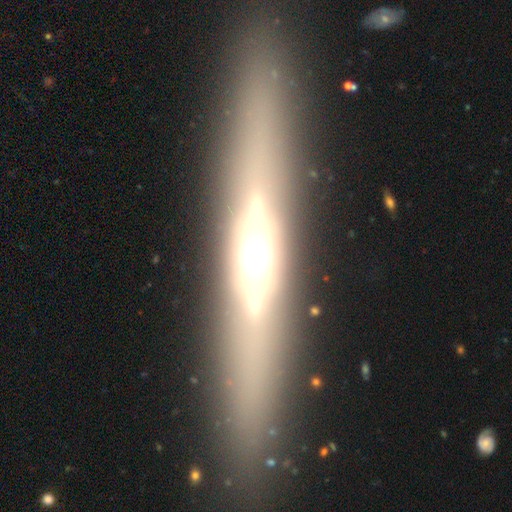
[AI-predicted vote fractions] Smooth or featured: featured or disk — 72% (smooth — 20%)
Edge-on disk: yes — 89% (no — 11%)
Edge-on bulge: rounded — 75% (none — 21%)
Merging: none — 90% (minor disturbance — 7%)